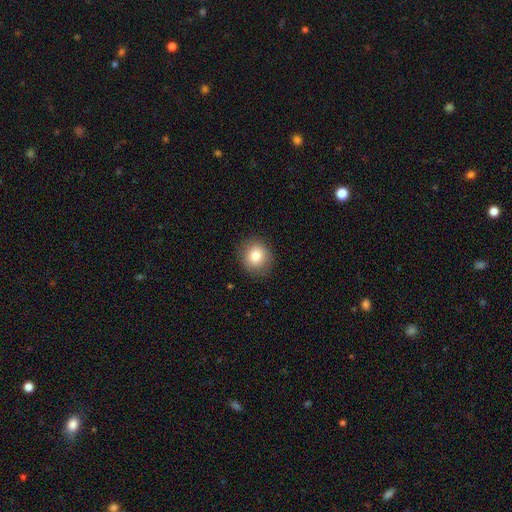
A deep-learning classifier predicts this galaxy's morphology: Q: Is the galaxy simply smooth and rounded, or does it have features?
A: smooth — 81%.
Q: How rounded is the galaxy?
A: round — 85%.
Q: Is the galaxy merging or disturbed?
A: none — 88%.